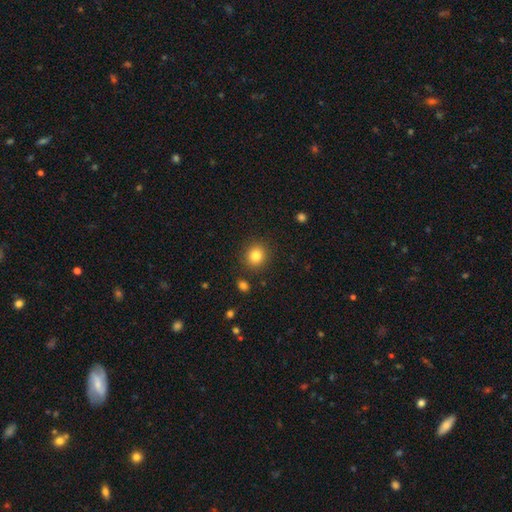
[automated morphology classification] Smooth or featured? Predicted: smooth (p=0.83). How rounded? Predicted: round (p=0.81). Merging? Predicted: none (p=0.87).